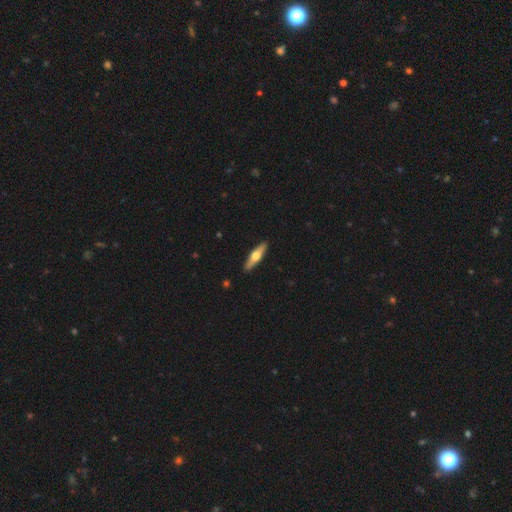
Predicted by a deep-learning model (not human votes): Smooth or featured?
  - featured or disk: 52% *
  - smooth: 43%
  - star or artifact: 5%
Edge-on disk?
  - yes: 91% *
  - no: 9%
Merging?
  - none: 91% *
  - minor disturbance: 6%
  - major disturbance: 1%
  - merger: 1%